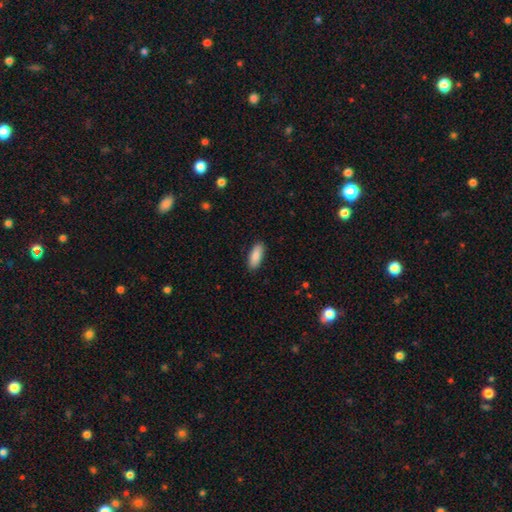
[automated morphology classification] Smooth or featured?
  - smooth: 89% *
  - star or artifact: 6%
  - featured or disk: 6%
How rounded?
  - in between: 79% *
  - cigar-shaped: 19%
  - round: 2%
Merging?
  - none: 89% *
  - minor disturbance: 8%
  - major disturbance: 2%
  - merger: 1%